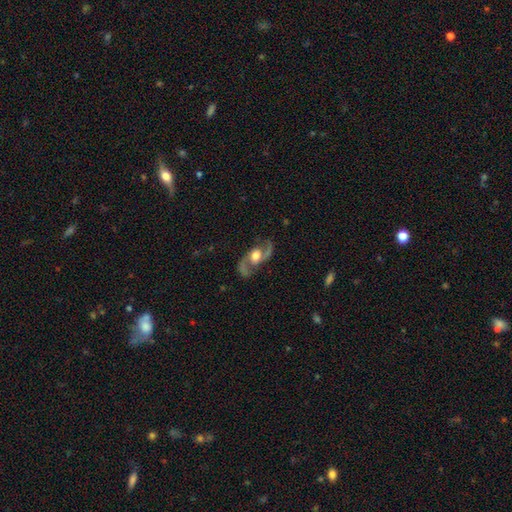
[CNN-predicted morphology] Smooth or featured? featured or disk (90%)
Edge-on disk? no (96%)
Bar? no (59%)
Spiral arms? yes (96%)
Spiral winding? medium (50%)
Spiral arm count? 2 (94%)
Bulge size? moderate (59%)
Merging? none (80%)